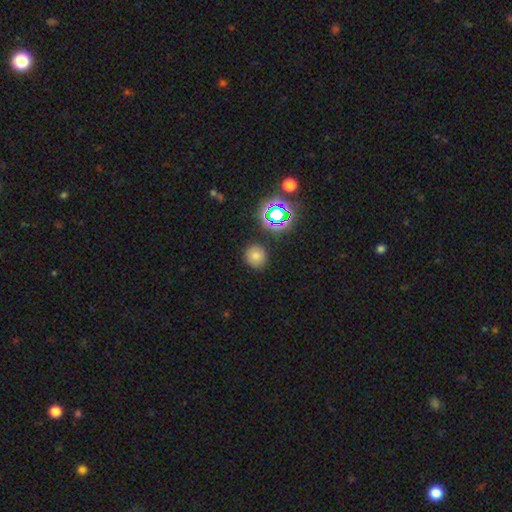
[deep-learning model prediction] A smooth galaxy with no disk features (73%) that is round (86%). Merging: none (87%).